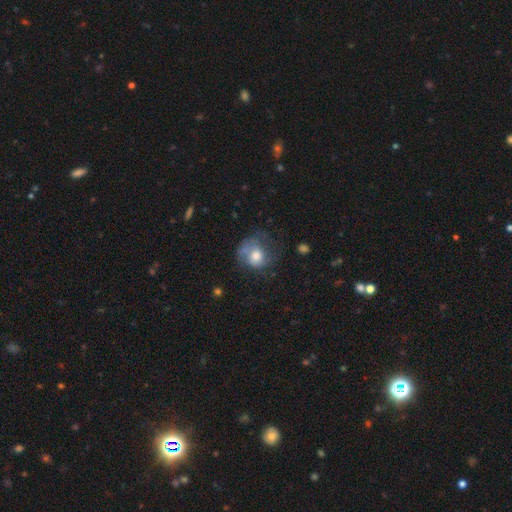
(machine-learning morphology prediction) A smooth galaxy with no disk features (54%) that is round (71%).

Vote fractions:
- Smooth or featured? smooth: 54% / featured or disk: 38% / star or artifact: 8%
- How rounded? round: 71% / in between: 28% / cigar-shaped: 1%
- Merging? none: 42% / major disturbance: 30% / minor disturbance: 25% / merger: 3%